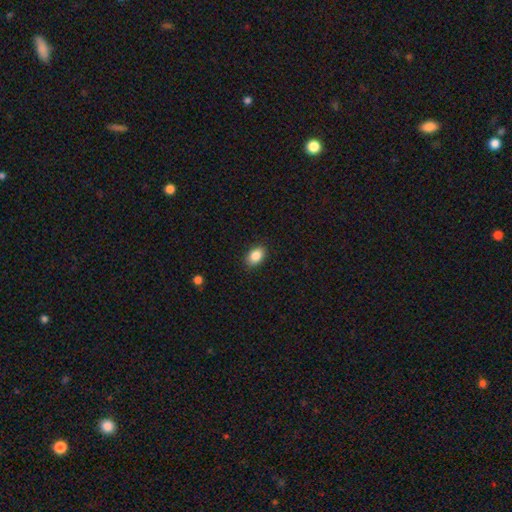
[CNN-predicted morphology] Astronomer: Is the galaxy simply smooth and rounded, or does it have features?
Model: smooth — 87%.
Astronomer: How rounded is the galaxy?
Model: in between — 83%.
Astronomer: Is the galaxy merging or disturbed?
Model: none — 88%.